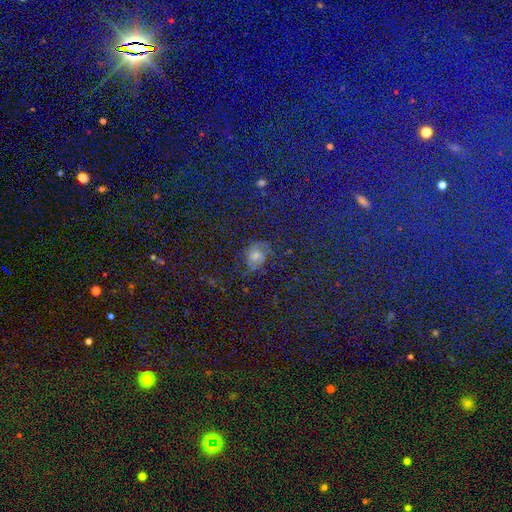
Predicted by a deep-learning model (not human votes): Q: Smooth or featured?
A: smooth (37%); runner-up: star or artifact (36%)
Q: Merging?
A: none (65%); runner-up: minor disturbance (20%)